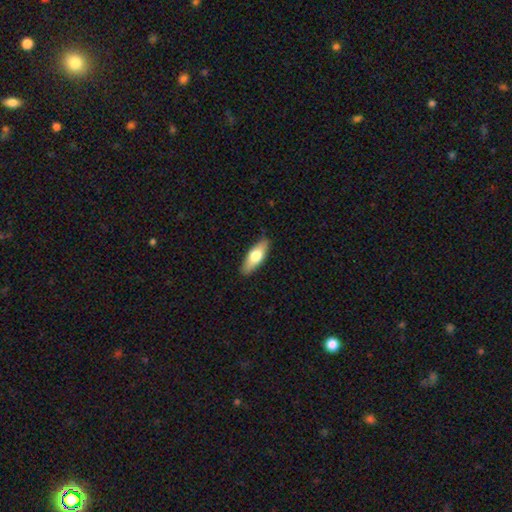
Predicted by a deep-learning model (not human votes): The model was most divided on "smooth or featured": smooth: 65%, featured or disk: 30%, star or artifact: 5%. More confident: merging — none (88%); how rounded — in between (66%).